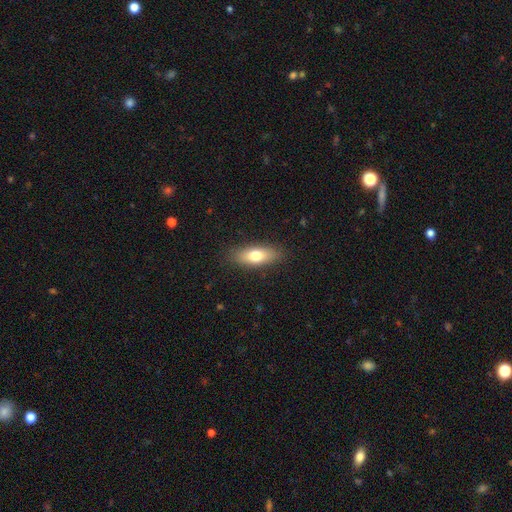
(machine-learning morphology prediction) Smooth or featured? Predicted: smooth (p=0.72). How rounded? Predicted: in between (p=0.68). Merging? Predicted: none (p=0.86).